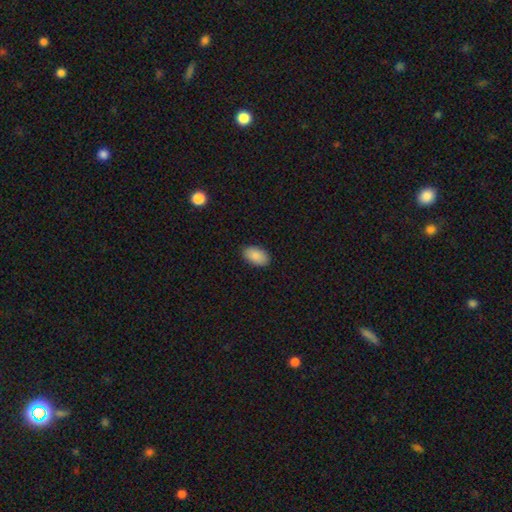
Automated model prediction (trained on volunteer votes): Q: Smooth or featured?
A: smooth (88%); runner-up: star or artifact (7%)
Q: How rounded?
A: in between (94%); runner-up: round (5%)
Q: Merging?
A: none (88%); runner-up: minor disturbance (9%)